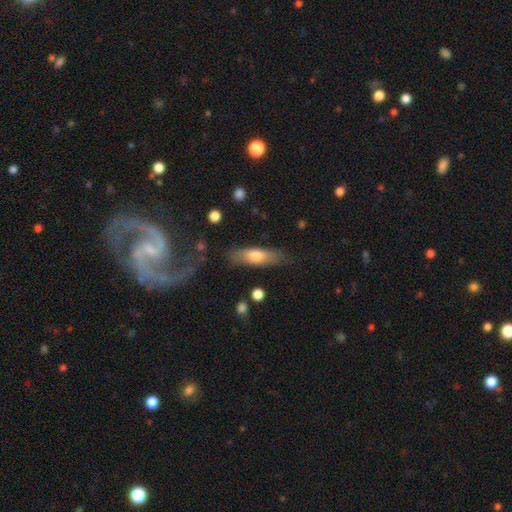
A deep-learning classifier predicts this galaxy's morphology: smooth-or-featured: smooth: 66% | featured or disk: 28% | star or artifact: 6%
  how-rounded: cigar-shaped: 52% | in between: 46% | round: 3%
  merging: none: 75% | minor disturbance: 17% | major disturbance: 5% | merger: 3%